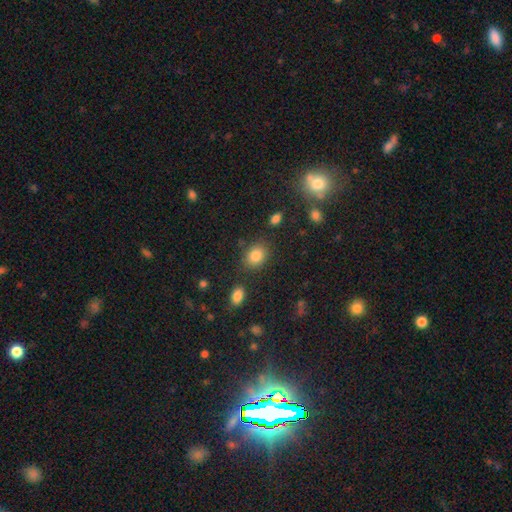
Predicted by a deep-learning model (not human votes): smooth 84%, star or artifact 10%, featured or disk 6%. Down the decision tree: how rounded — in between (59%); merging — none (80%).